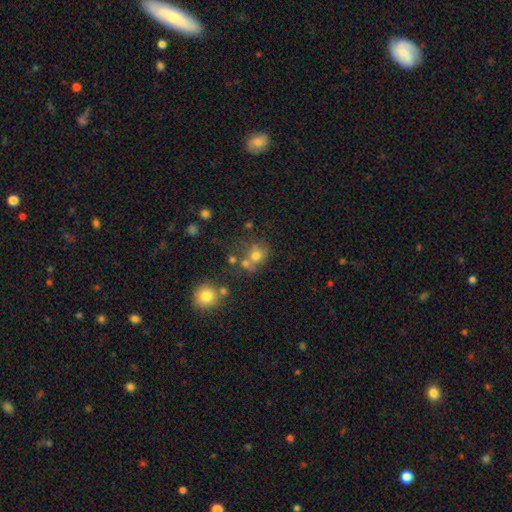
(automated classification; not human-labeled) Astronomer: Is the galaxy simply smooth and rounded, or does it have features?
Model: smooth — 69%.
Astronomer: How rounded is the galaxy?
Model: round — 68%.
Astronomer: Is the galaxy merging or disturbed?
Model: none — 45% (runner-up: merger, 31%).